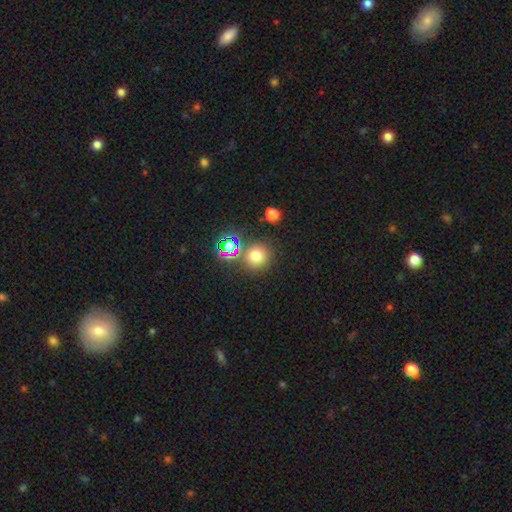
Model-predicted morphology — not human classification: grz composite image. It shows a smooth galaxy with no disk features (68%) that is round (91%). Merging: none (78%).